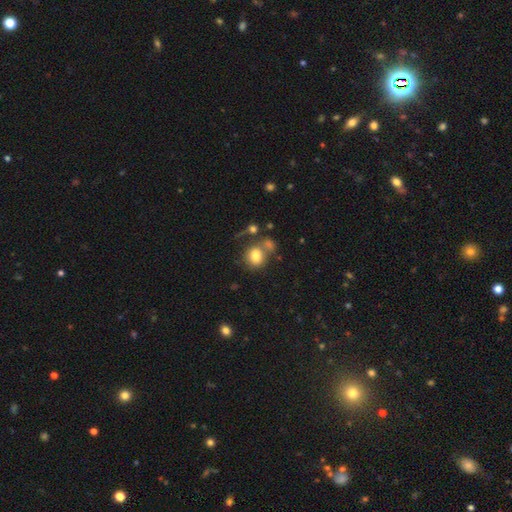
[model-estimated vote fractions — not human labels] Smooth or featured: smooth — 80% (star or artifact — 10%)
How rounded: round — 68% (in between — 31%)
Merging: none — 57% (merger — 23%)